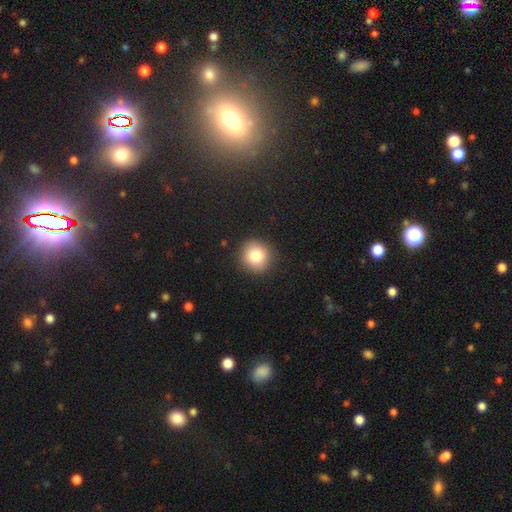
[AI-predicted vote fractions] The model was most divided on "smooth or featured": smooth: 82%, star or artifact: 10%, featured or disk: 8%. More confident: how rounded — round (92%); merging — none (90%).